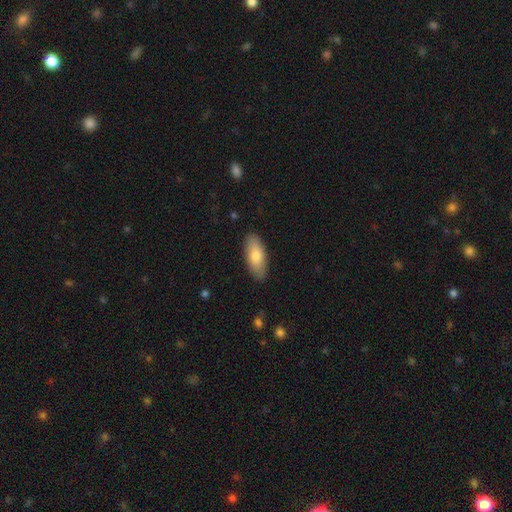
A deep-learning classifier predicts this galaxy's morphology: Smooth or featured?
  - smooth: 77% *
  - featured or disk: 17%
  - star or artifact: 6%
How rounded?
  - in between: 81% *
  - cigar-shaped: 17%
  - round: 2%
Merging?
  - none: 87% *
  - minor disturbance: 10%
  - major disturbance: 2%
  - merger: 1%